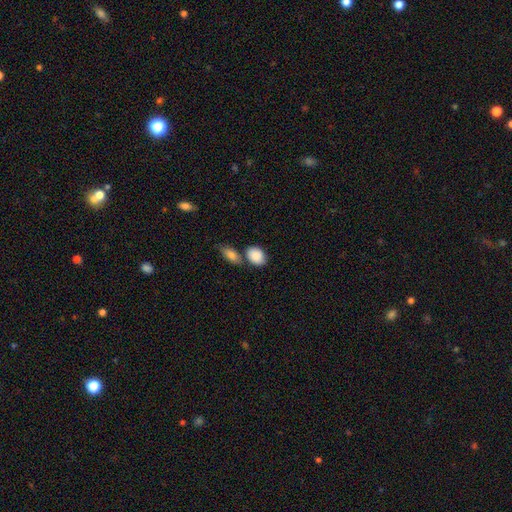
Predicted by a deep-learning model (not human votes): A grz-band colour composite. It shows a smooth galaxy with no disk features (87%) that is in between round and cigar-shaped (74%). Merging: none (53%).